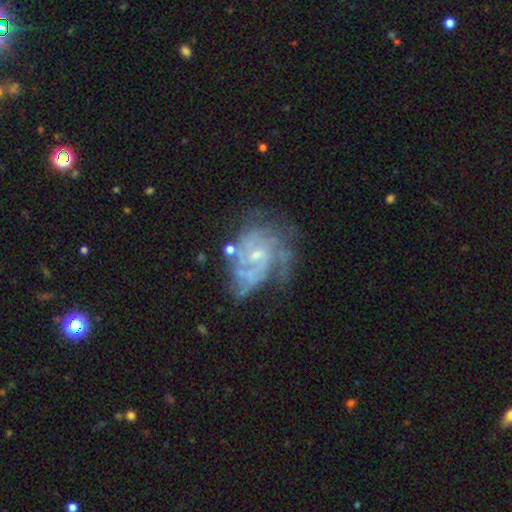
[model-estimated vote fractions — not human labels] The model was most divided on "spiral winding": tight: 52%, medium: 36%, loose: 12%. Remaining: edge-on disk — no (98%); spiral arms — yes (85%); smooth or featured — featured or disk (81%); bulge size — small (68%); bar — no (61%); merging — none (47%); spiral arm count — can't tell (42%).